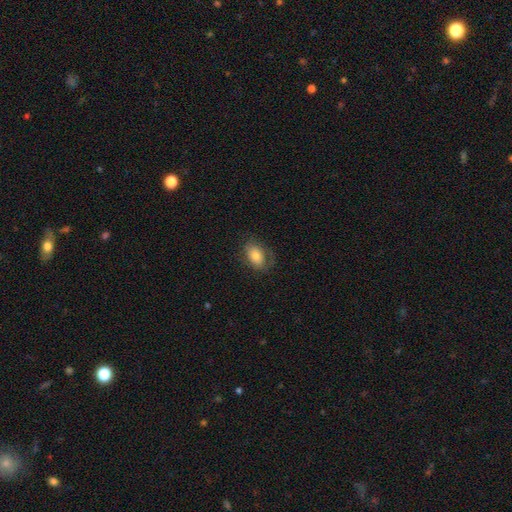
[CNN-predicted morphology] This is likely a smooth galaxy (71%). How rounded: clearly in between (86%). Merging: likely none (67%).